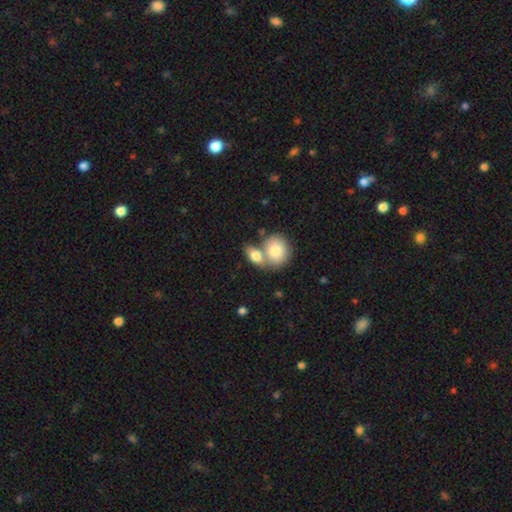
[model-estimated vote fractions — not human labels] A smooth galaxy with no disk features (80%) that is in between round and cigar-shaped (74%). Merging: merger (57%).